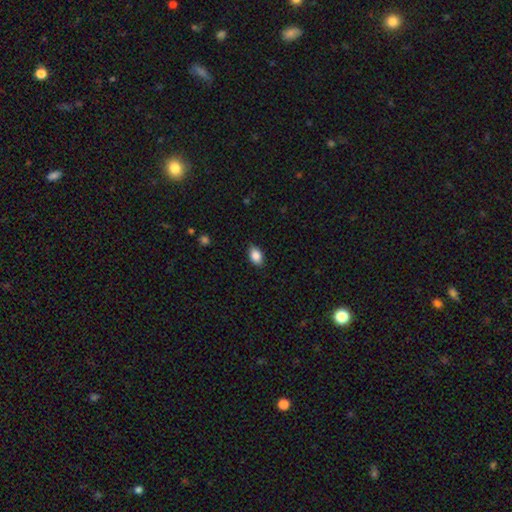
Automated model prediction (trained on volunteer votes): smooth-or-featured: smooth: 87% | star or artifact: 8% | featured or disk: 5%
  how-rounded: in between: 87% | round: 11% | cigar-shaped: 2%
  merging: none: 84% | minor disturbance: 13% | major disturbance: 2% | merger: 1%